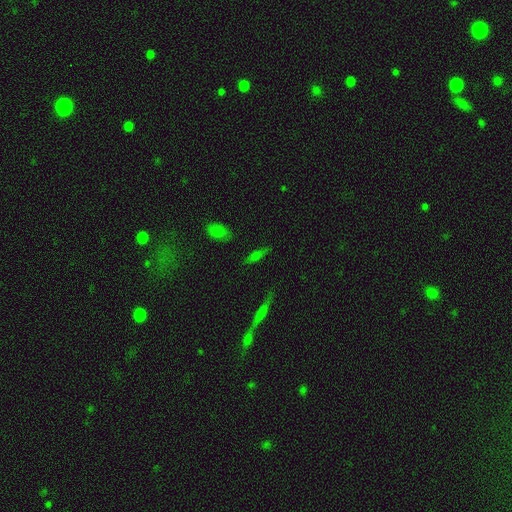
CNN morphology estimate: smooth-or-featured: smooth: 46% | featured or disk: 36% | star or artifact: 17%
  merging: none: 82% | minor disturbance: 12% | major disturbance: 3% | merger: 3%